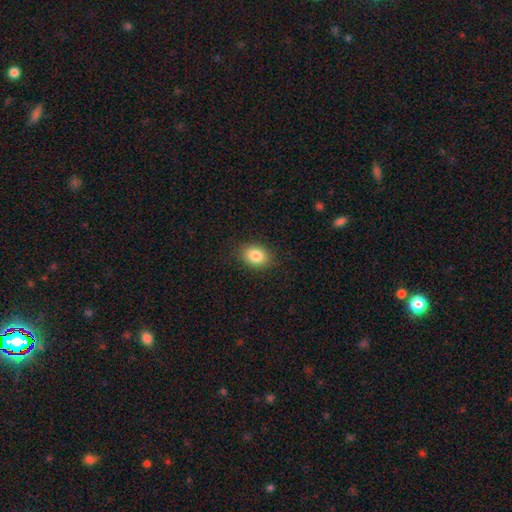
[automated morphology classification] A smooth galaxy with no disk features (85%) that is in between round and cigar-shaped (68%). Merging: none (87%).